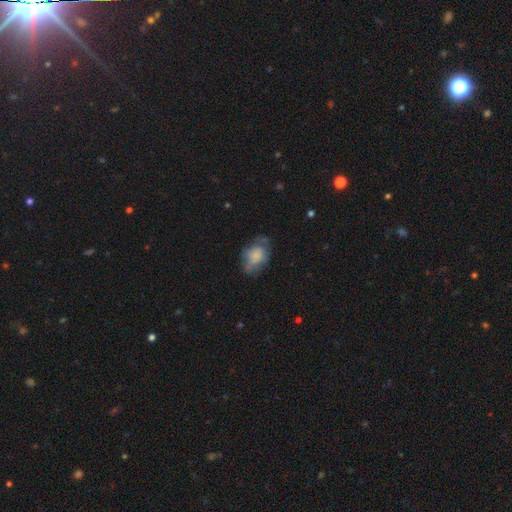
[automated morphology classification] Q: Smooth or featured?
A: smooth (62%); runner-up: featured or disk (28%)
Q: How rounded?
A: in between (75%); runner-up: round (24%)
Q: Merging?
A: none (41%); runner-up: minor disturbance (31%)